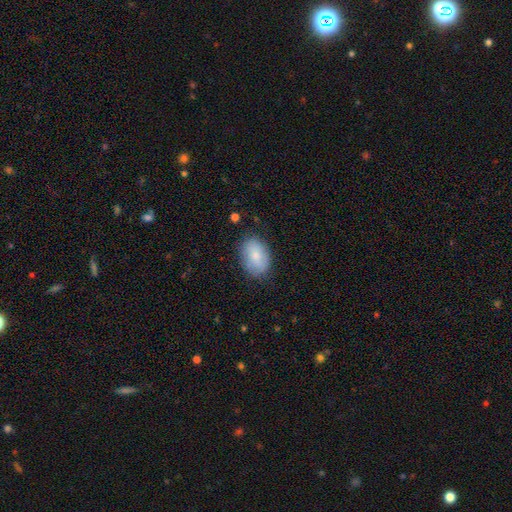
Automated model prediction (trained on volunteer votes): The model was most divided on "merging": none: 78%, minor disturbance: 16%, major disturbance: 4%, merger: 1%. More confident: how rounded — in between (88%); smooth or featured — smooth (79%).